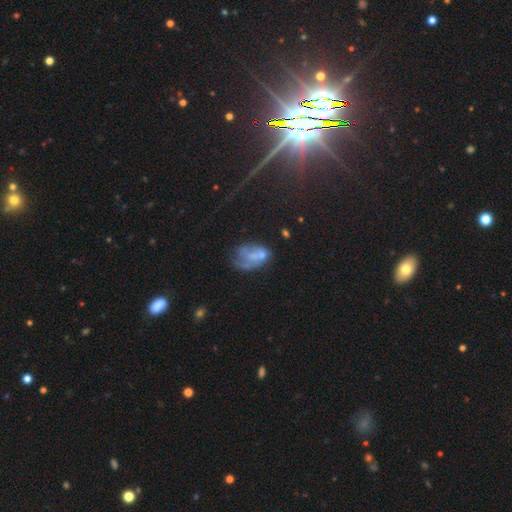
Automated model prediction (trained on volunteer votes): Overall: featured or disk (47%; smooth 39%). Merging: none (30%, tied with major disturbance).